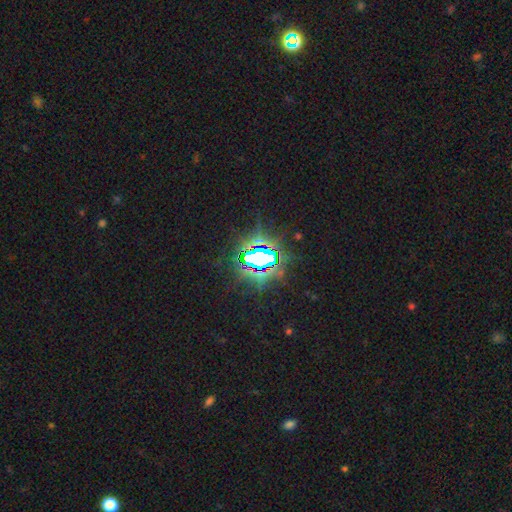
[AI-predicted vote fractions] Smooth or featured? Predicted: star or artifact (p=0.80).